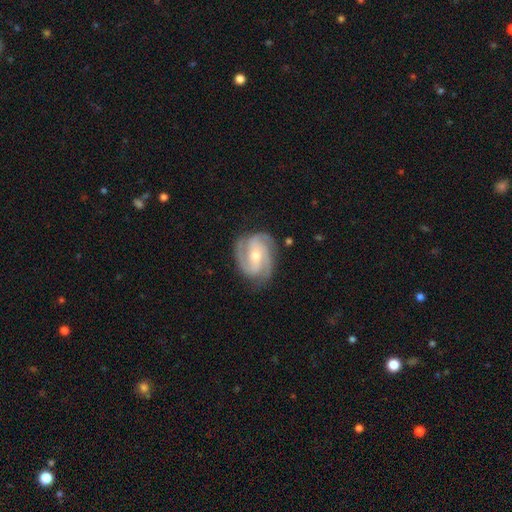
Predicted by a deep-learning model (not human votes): Q: Smooth or featured?
A: featured or disk (90%); runner-up: smooth (6%)
Q: Edge-on disk?
A: no (98%); runner-up: yes (2%)
Q: Bar?
A: no (44%); runner-up: weak (38%)
Q: Spiral arms?
A: yes (98%); runner-up: no (2%)
Q: Spiral winding?
A: tight (50%); runner-up: medium (43%)
Q: Spiral arm count?
A: 3 (63%); runner-up: 2 (17%)
Q: Bulge size?
A: moderate (57%); runner-up: small (39%)
Q: Merging?
A: none (79%); runner-up: minor disturbance (15%)